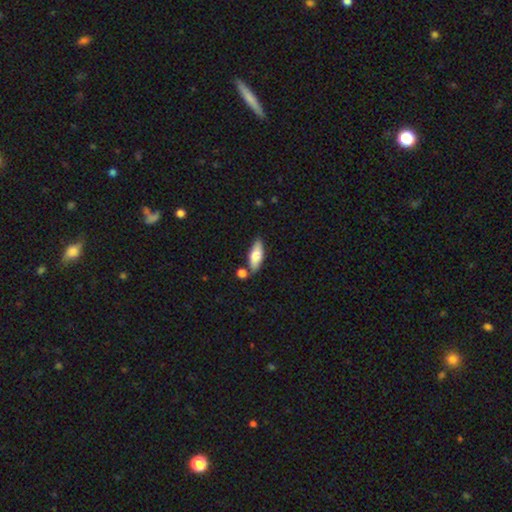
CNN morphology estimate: smooth-or-featured: smooth: 70% | featured or disk: 24% | star or artifact: 6%
  how-rounded: in between: 72% | cigar-shaped: 26% | round: 3%
  merging: none: 74% | minor disturbance: 13% | merger: 10% | major disturbance: 3%